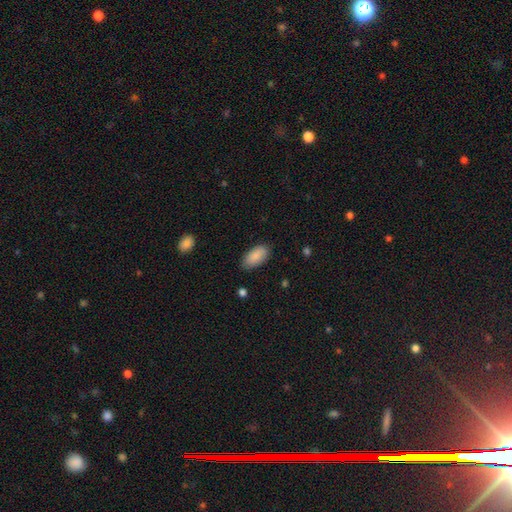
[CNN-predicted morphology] This appears to be a smooth galaxy with no disk features (88%) that is in between round and cigar-shaped (93%). Merging: none (83%).